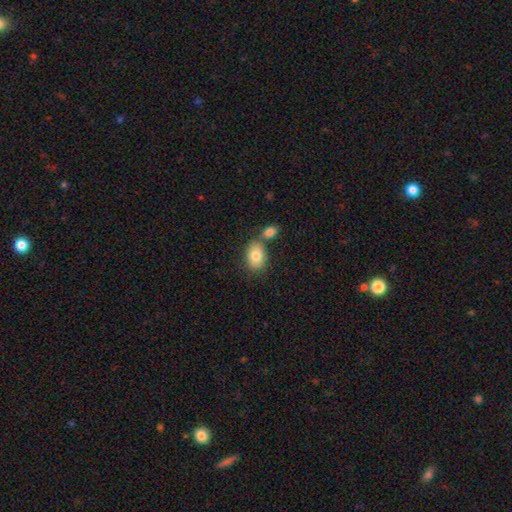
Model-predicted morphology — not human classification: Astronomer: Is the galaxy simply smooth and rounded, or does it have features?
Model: smooth — 82%.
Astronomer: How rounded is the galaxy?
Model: in between — 77%.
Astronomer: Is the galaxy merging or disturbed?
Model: none — 54% (runner-up: merger, 30%).